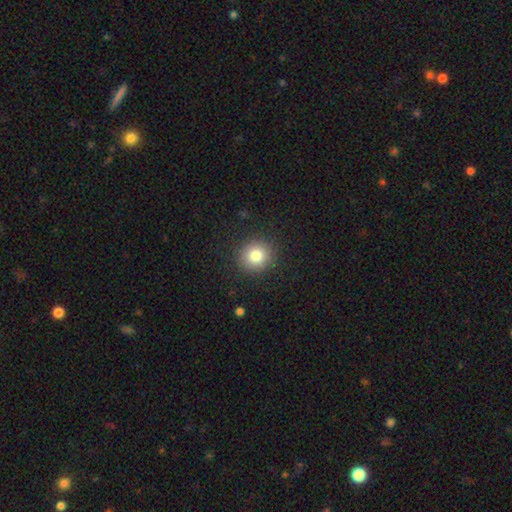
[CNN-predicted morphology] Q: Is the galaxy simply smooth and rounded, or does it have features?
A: smooth — 81%.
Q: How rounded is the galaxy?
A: round — 89%.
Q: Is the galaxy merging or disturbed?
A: none — 89%.